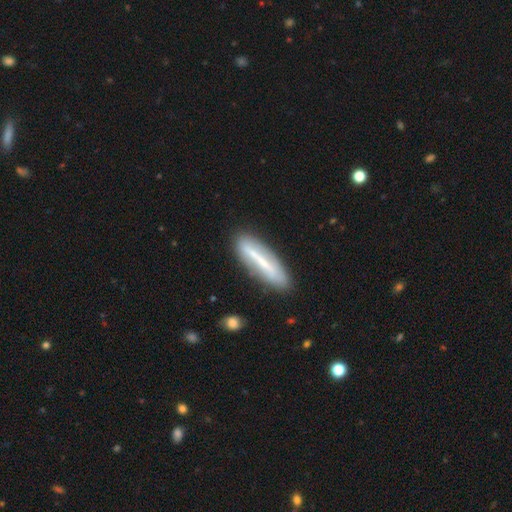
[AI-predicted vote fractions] A featured or disk galaxy (49%). Merging: none (80%).